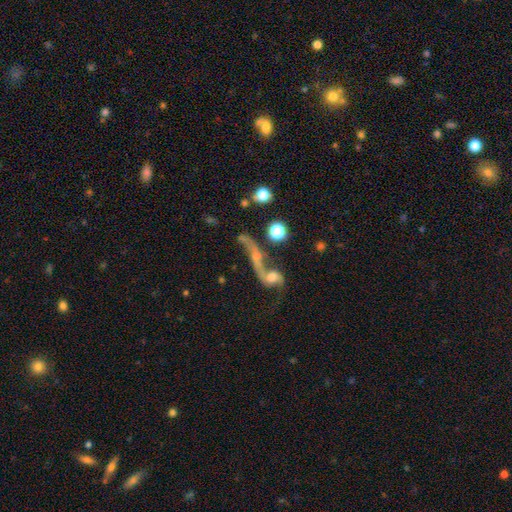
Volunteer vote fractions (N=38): Smooth or featured: featured or disk — 66% (smooth — 26%)
Edge-on disk: no — 80% (yes — 20%)
Bar: no — 50% (strong — 25%)
Spiral arms: yes — 65% (no — 35%)
Spiral winding: loose — 85% (tight — 15%)
Spiral arm count: 2 — 62% (1 — 23%)
Bulge size: small — 35% (large — 30%)
Merging: merger — 54% (major disturbance — 31%)